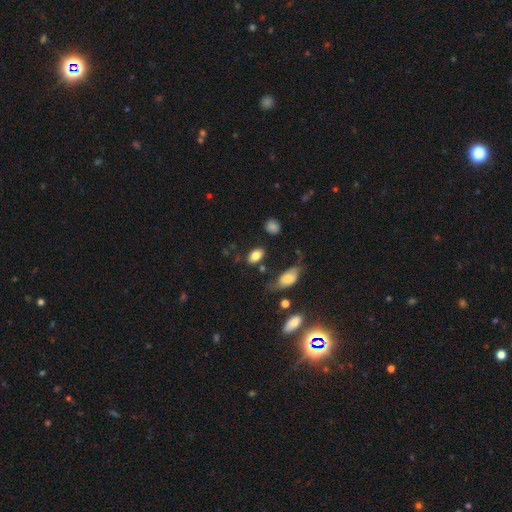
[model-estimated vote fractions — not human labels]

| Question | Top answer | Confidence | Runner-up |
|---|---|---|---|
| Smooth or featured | smooth | 82% | featured or disk (9%) |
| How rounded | in between | 86% | round (12%) |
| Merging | none | 75% | minor disturbance (15%) |